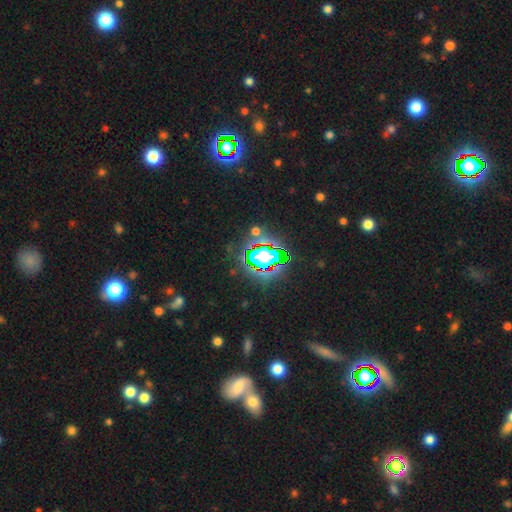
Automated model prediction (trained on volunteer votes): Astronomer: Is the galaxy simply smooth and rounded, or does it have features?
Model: star or artifact — 69%.